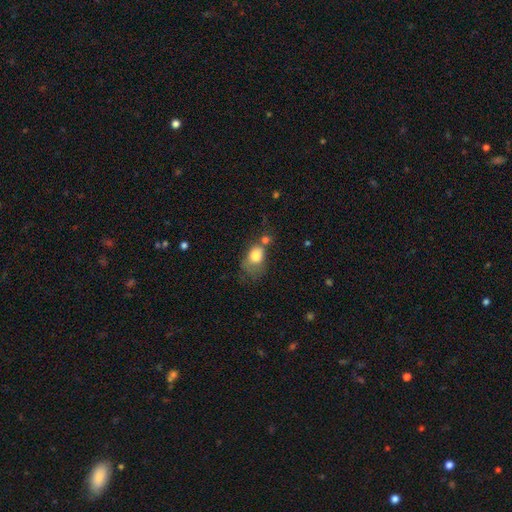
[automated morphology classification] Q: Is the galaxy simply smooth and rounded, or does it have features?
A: smooth — 77%.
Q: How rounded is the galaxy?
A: in between — 64%.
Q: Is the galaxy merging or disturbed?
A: major disturbance — 27%.